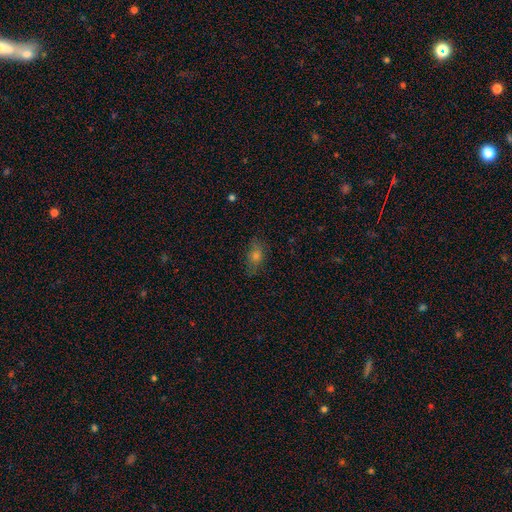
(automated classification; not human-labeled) Smooth or featured? Predicted: smooth (p=0.59). How rounded? Predicted: in between (p=0.72). Merging? Predicted: none (p=0.78).